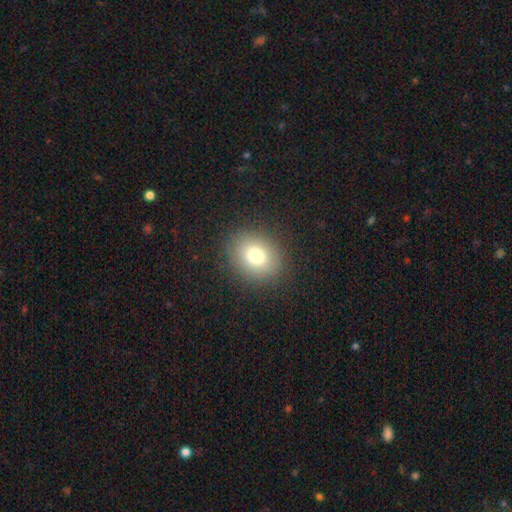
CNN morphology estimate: Smooth or featured?
  - smooth: 78% *
  - star or artifact: 11%
  - featured or disk: 11%
How rounded?
  - round: 53% *
  - in between: 46%
  - cigar-shaped: 1%
Merging?
  - none: 88% *
  - minor disturbance: 8%
  - major disturbance: 3%
  - merger: 1%